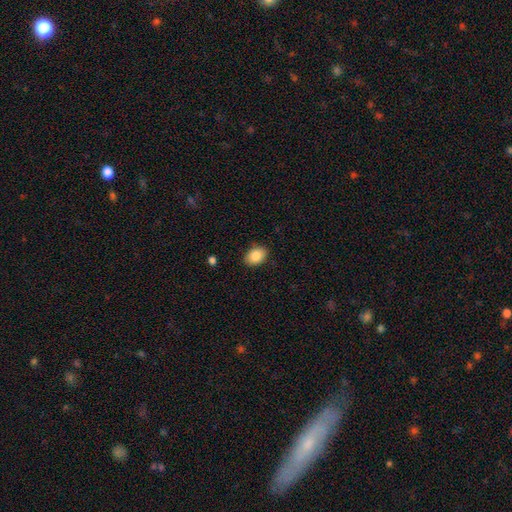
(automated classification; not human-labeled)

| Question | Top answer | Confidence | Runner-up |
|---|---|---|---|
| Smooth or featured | smooth | 87% | star or artifact (8%) |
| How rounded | in between | 79% | round (20%) |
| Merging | none | 87% | minor disturbance (9%) |